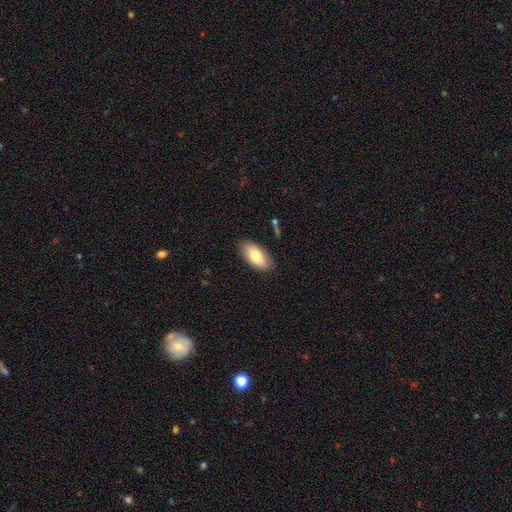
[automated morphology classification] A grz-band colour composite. It shows a smooth galaxy with no disk features (76%) that is in between round and cigar-shaped (93%). Merging: none (85%).